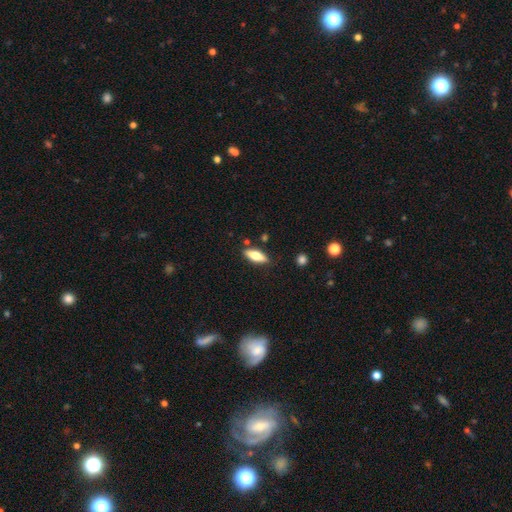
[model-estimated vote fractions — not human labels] Smooth or featured?
  - smooth: 68% *
  - featured or disk: 26%
  - star or artifact: 6%
How rounded?
  - in between: 67% *
  - cigar-shaped: 31%
  - round: 2%
Merging?
  - none: 84% *
  - minor disturbance: 11%
  - merger: 3%
  - major disturbance: 2%